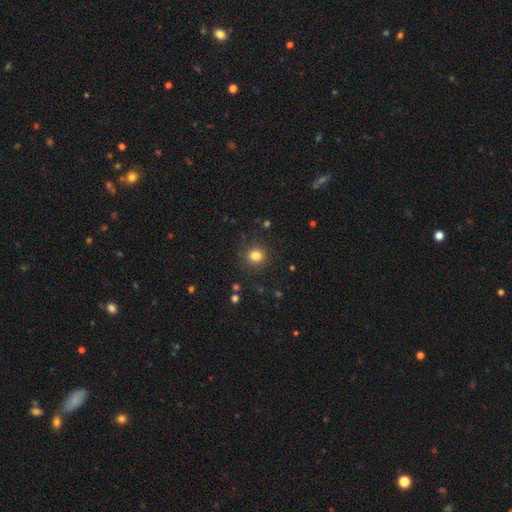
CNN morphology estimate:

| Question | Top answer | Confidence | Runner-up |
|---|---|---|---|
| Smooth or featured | smooth | 81% | star or artifact (13%) |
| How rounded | round | 84% | in between (15%) |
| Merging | none | 87% | minor disturbance (9%) |